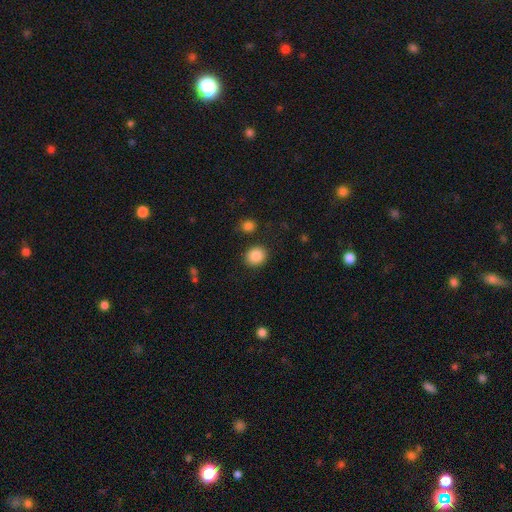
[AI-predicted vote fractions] Smooth or featured?
  - smooth: 87% *
  - star or artifact: 8%
  - featured or disk: 5%
How rounded?
  - round: 73% *
  - in between: 26%
  - cigar-shaped: 1%
Merging?
  - none: 88% *
  - minor disturbance: 7%
  - merger: 3%
  - major disturbance: 2%